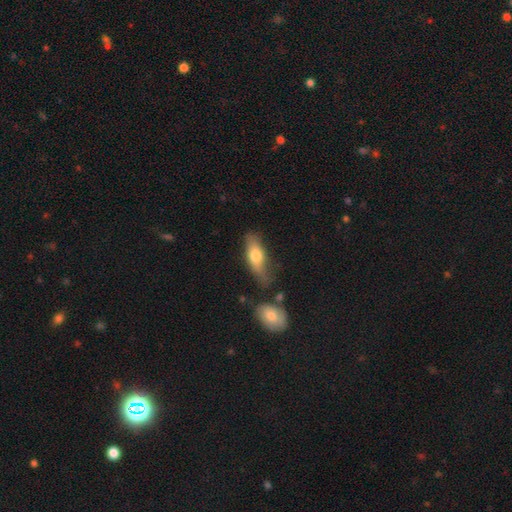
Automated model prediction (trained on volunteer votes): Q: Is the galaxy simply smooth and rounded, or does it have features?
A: smooth — 64%.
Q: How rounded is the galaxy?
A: in between — 65%.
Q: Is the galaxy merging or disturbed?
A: none — 57%.